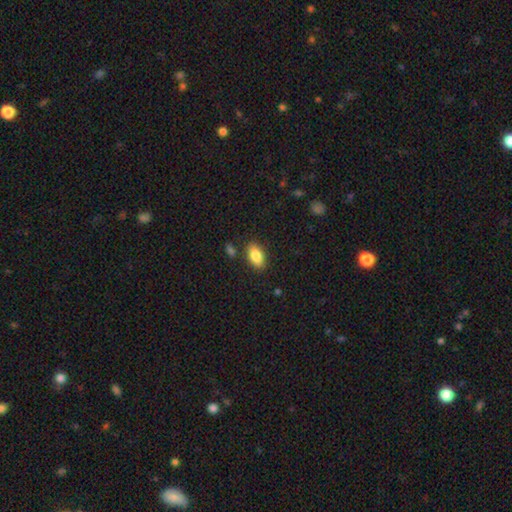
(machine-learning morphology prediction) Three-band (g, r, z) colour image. It shows a smooth galaxy with no disk features (86%) that is in between round and cigar-shaped (92%). Merging: none (84%).